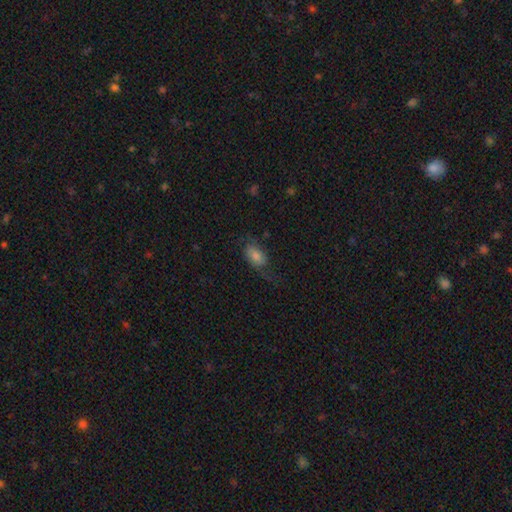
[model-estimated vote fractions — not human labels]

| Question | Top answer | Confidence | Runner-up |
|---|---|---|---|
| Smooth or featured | smooth | 52% | featured or disk (37%) |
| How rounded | in between | 86% | round (9%) |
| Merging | none | 52% | minor disturbance (23%) |